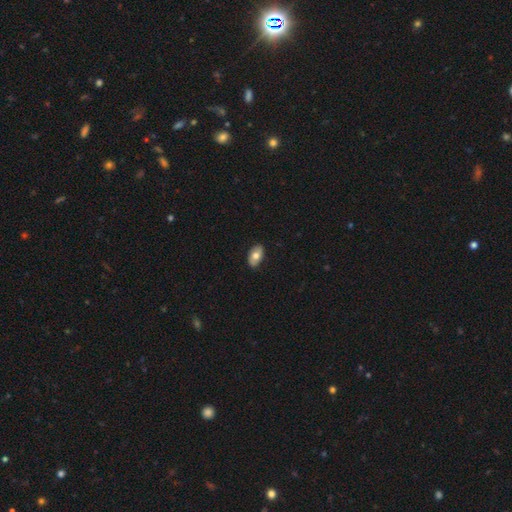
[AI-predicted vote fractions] This appears to be a smooth galaxy with no disk features (73%) that is in between round and cigar-shaped (93%). Merging: none (88%).